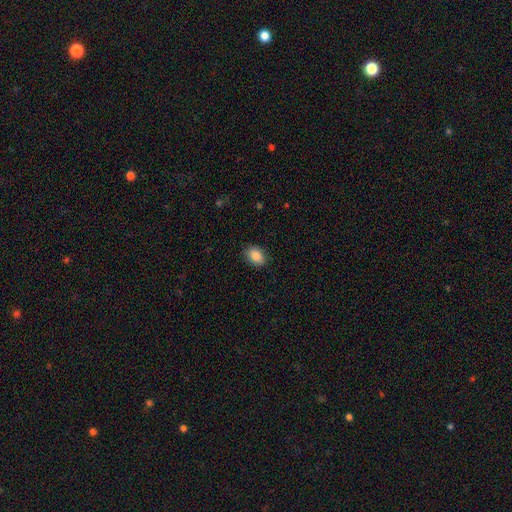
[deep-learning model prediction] Smooth or featured? smooth (88%)
How rounded? in between (77%)
Merging? none (87%)